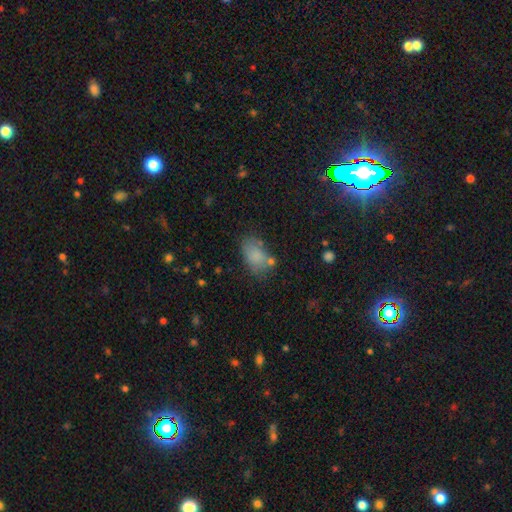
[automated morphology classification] Overall: smooth (80%). How rounded: in between (88%). Merging: none (57%; minor disturbance 23%).